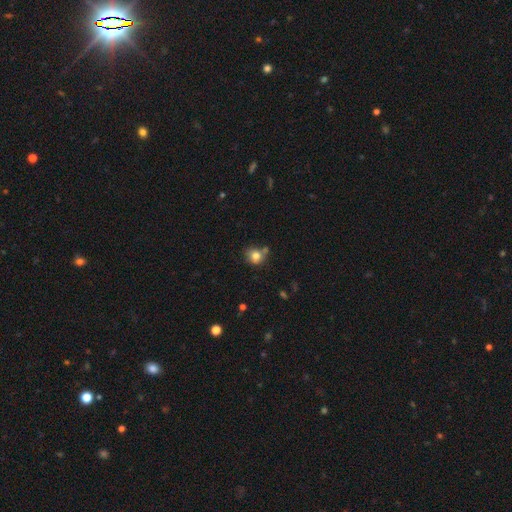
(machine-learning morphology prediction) smooth 79%, star or artifact 11%, featured or disk 10%. Down the decision tree: how rounded — round (77%); merging — none (57%).